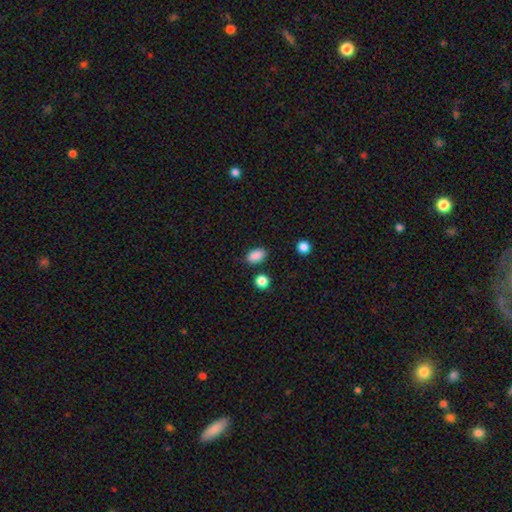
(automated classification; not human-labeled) This appears to be a smooth galaxy with no disk features (88%) that is in between round and cigar-shaped (87%). Merging: none (83%).